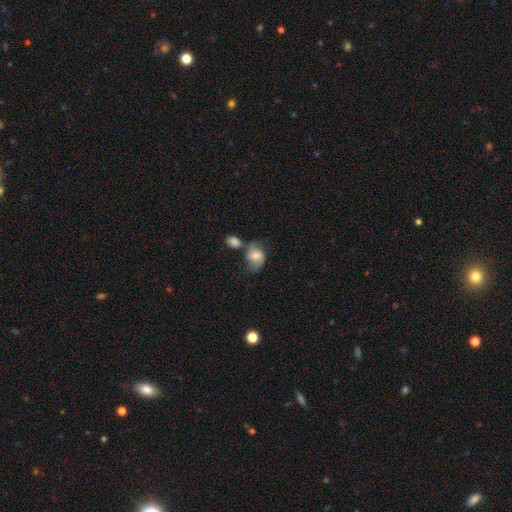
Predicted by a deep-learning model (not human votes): Smooth or featured?
  - smooth: 56% *
  - featured or disk: 35%
  - star or artifact: 8%
How rounded?
  - in between: 62% *
  - round: 36%
  - cigar-shaped: 1%
Merging?
  - none: 39% *
  - merger: 28%
  - minor disturbance: 21%
  - major disturbance: 12%